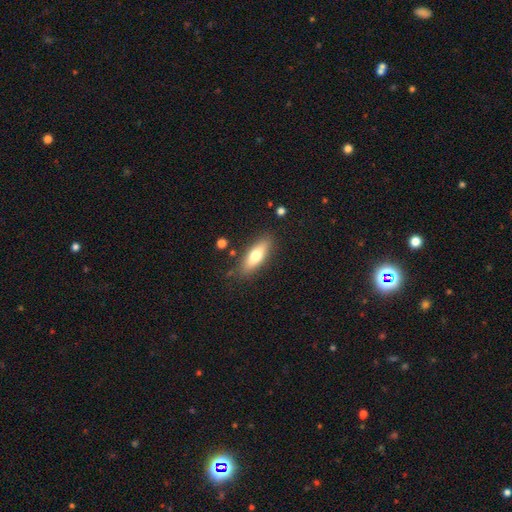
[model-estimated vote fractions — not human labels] Smooth or featured? Predicted: smooth (p=0.68). How rounded? Predicted: in between (p=0.59). Merging? Predicted: none (p=0.84).